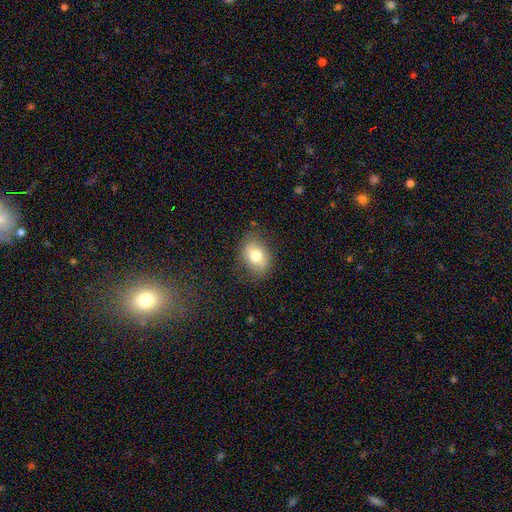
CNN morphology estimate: Smooth or featured? smooth (75%)
How rounded? in between (72%)
Merging? none (80%)